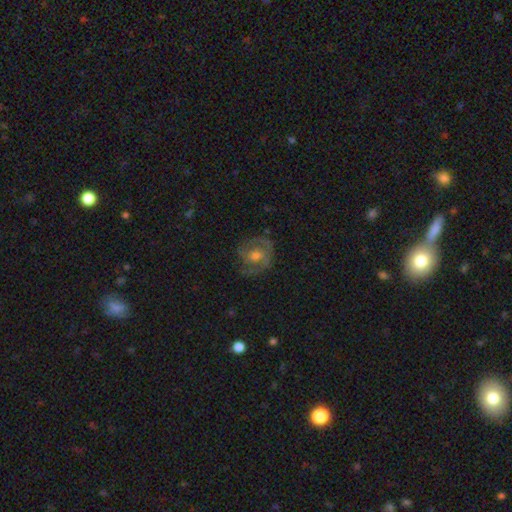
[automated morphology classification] smooth_or_featured: featured or disk (p=0.74) [alt: smooth p=0.18]
disk_edge_on: no (p=0.97) [alt: yes p=0.03]
bar: no (p=0.62) [alt: weak p=0.31]
has_spiral_arms: yes (p=0.87) [alt: no p=0.13]
spiral_winding: medium (p=0.44) [alt: tight p=0.42]
spiral_arm_count: 2 (p=0.59) [alt: can't tell p=0.18]
bulge_size: moderate (p=0.52) [alt: small p=0.41]
merging: none (p=0.69) [alt: minor disturbance p=0.18]